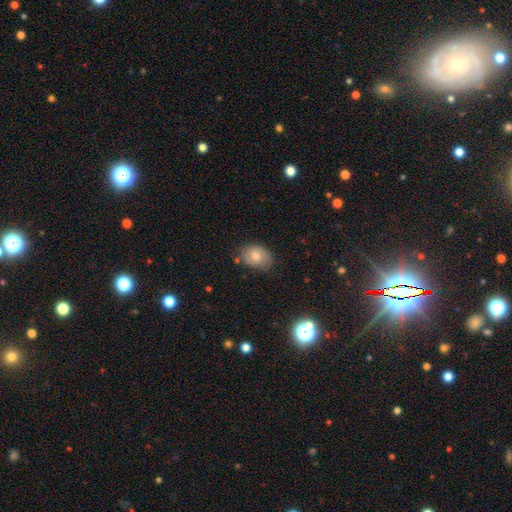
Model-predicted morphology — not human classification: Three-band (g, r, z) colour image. It shows a smooth galaxy with no disk features (70%) that is in between round and cigar-shaped (69%). Merging: none (75%).